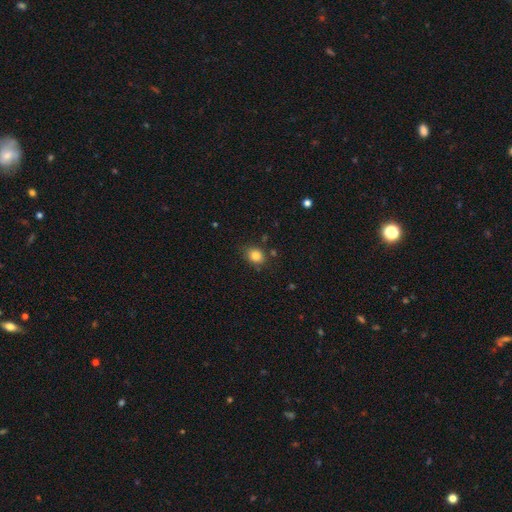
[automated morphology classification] This is clearly a smooth galaxy (82%). How rounded: possibly round (52%). Merging: likely none (78%).